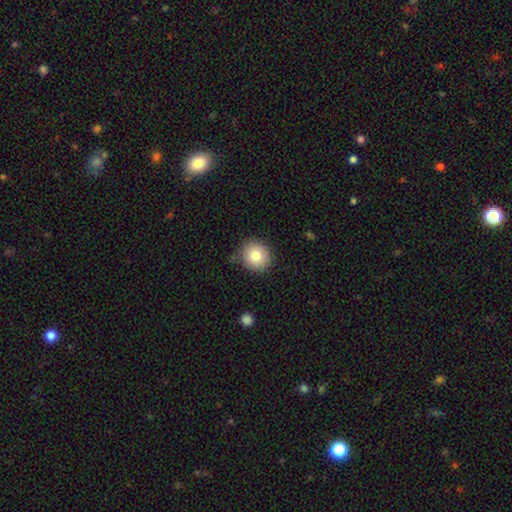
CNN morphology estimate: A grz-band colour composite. It shows a smooth galaxy with no disk features (82%) that is round (84%). Merging: none (80%).